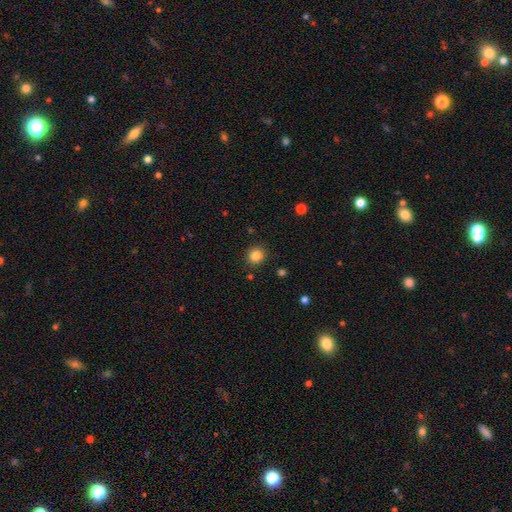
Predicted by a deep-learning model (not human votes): A smooth galaxy with no disk features (84%) that is round (89%). Merging: none (89%).